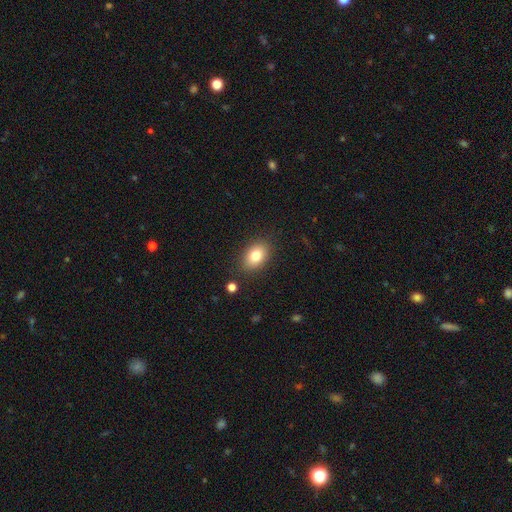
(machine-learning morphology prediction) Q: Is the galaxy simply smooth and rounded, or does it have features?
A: smooth — 80%.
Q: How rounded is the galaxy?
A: in between — 80%.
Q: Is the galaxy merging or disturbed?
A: none — 85%.